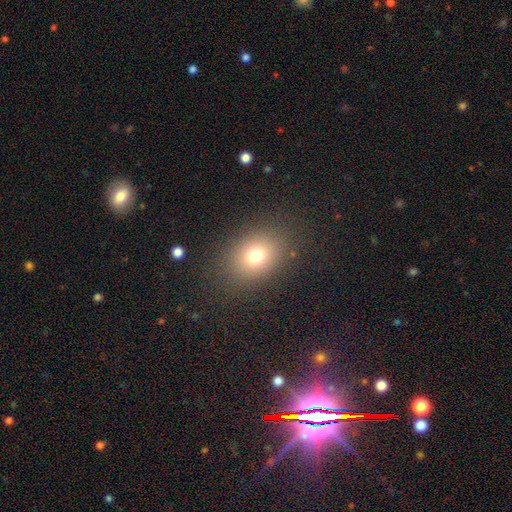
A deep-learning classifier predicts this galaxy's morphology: smooth_or_featured: smooth (p=0.73) [alt: star or artifact p=0.17]
how_rounded: in between (p=0.54) [alt: round p=0.45]
merging: none (p=0.84) [alt: minor disturbance p=0.09]